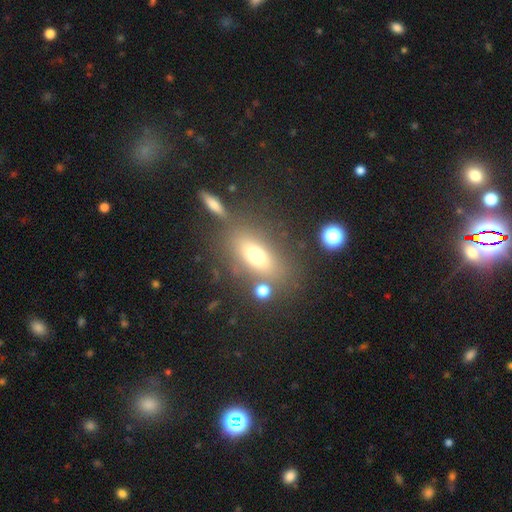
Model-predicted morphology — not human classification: The model was most divided on "smooth or featured": smooth: 65%, featured or disk: 22%, star or artifact: 14%. More confident: how rounded — in between (73%); merging — none (70%).